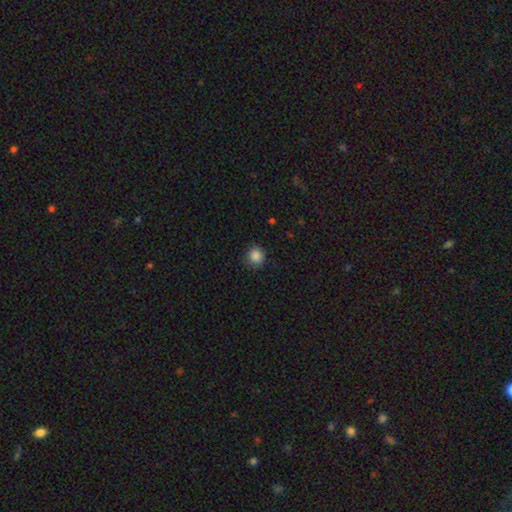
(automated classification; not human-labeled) Smooth or featured? Predicted: smooth (p=0.86). How rounded? Predicted: round (p=0.88). Merging? Predicted: none (p=0.88).